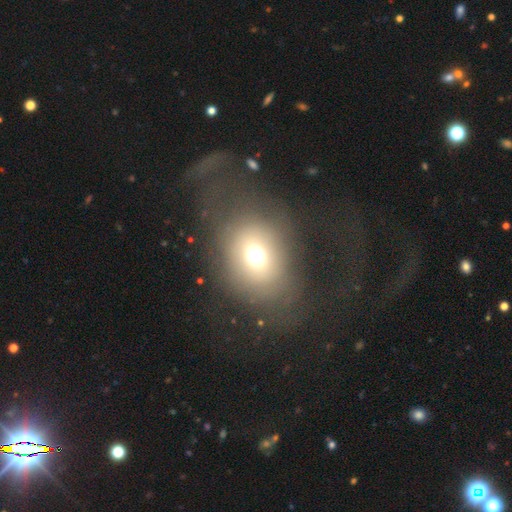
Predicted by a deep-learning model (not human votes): Overall: smooth (65%). How rounded: round (55%; in between 44%). Merging: none (60%; major disturbance 21%).